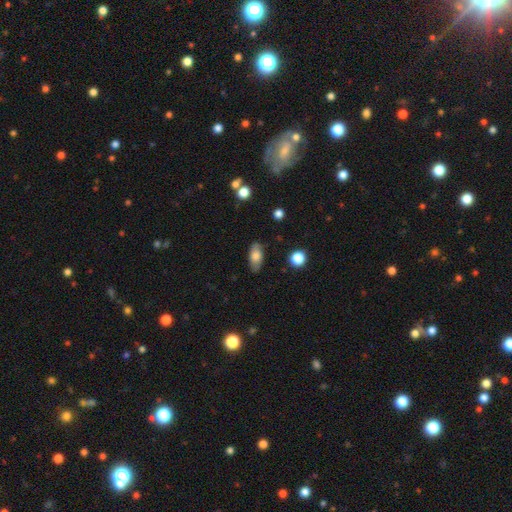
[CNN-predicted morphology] Smooth or featured? smooth (74%)
How rounded? in between (89%)
Merging? none (81%)